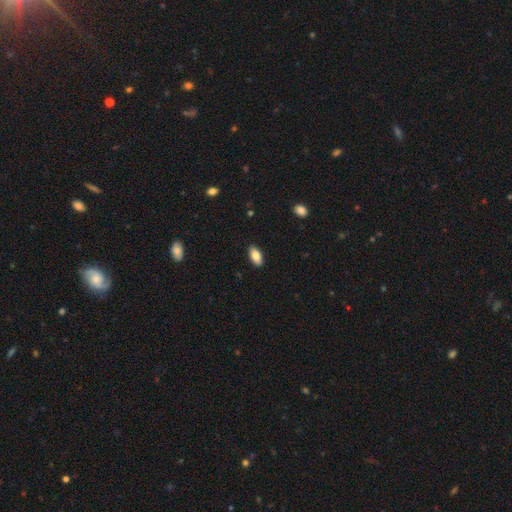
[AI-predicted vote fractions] Q: Smooth or featured?
A: smooth (83%); runner-up: featured or disk (10%)
Q: How rounded?
A: in between (91%); runner-up: cigar-shaped (6%)
Q: Merging?
A: none (89%); runner-up: minor disturbance (8%)